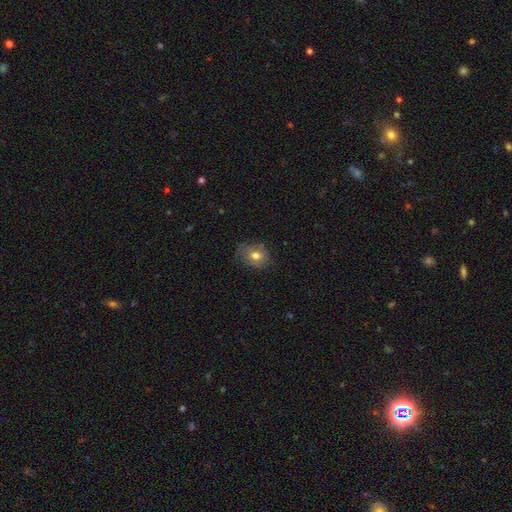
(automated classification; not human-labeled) Morphology: type=smooth (74%); roundness=round (54%); merging=none (70%).